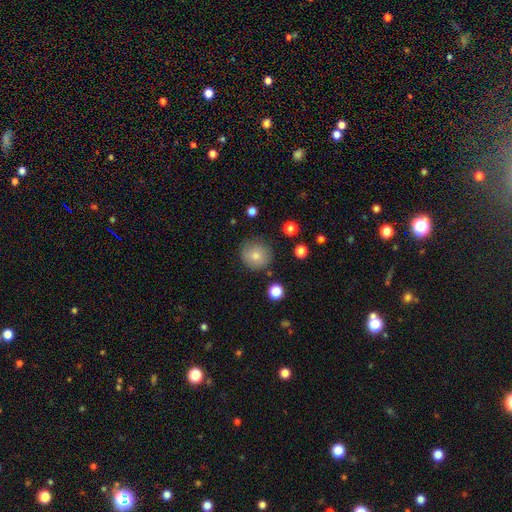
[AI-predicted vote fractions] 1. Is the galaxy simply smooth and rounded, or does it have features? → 80% smooth, 10% featured or disk, 9% star or artifact.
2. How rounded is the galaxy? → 91% round, 8% in between, 1% cigar-shaped.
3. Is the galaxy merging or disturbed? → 82% none, 13% minor disturbance, 3% major disturbance, 2% merger.